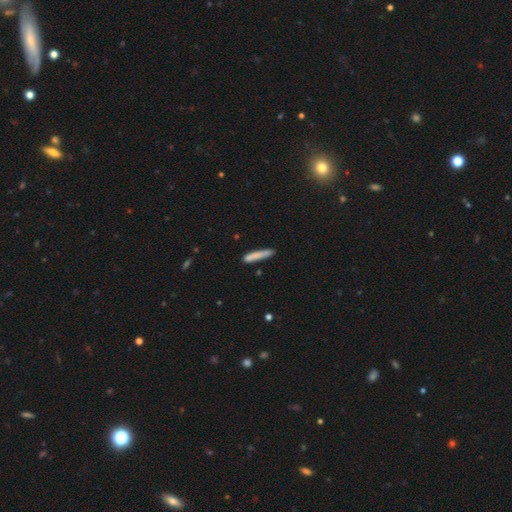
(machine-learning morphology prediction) Overall: smooth (81%). How rounded: cigar-shaped (92%). Merging: none (78%).